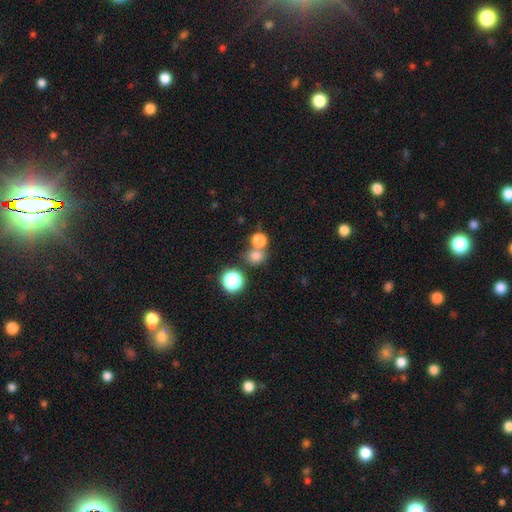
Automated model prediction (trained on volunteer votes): A smooth galaxy with no disk features (75%) that is round (84%).

Vote fractions:
- Smooth or featured? smooth: 75% / star or artifact: 18% / featured or disk: 7%
- How rounded? round: 84% / in between: 15% / cigar-shaped: 1%
- Merging? none: 57% / merger: 33% / minor disturbance: 7% / major disturbance: 3%